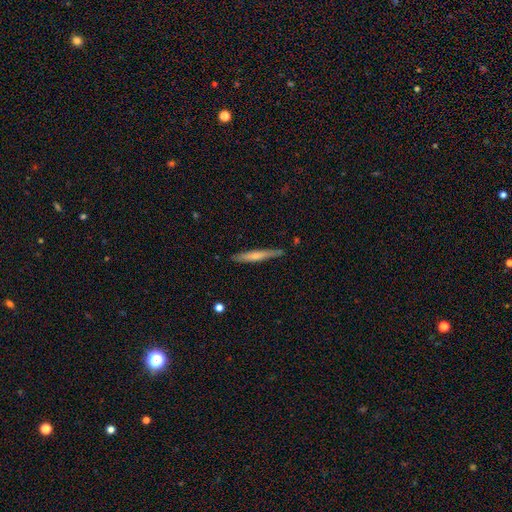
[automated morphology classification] A smooth galaxy with no disk features (54%) that is cigar-shaped (95%).

Vote fractions:
- Smooth or featured? smooth: 54% / featured or disk: 40% / star or artifact: 6%
- How rounded? cigar-shaped: 95% / in between: 4% / round: 1%
- Merging? none: 85% / minor disturbance: 12% / major disturbance: 2% / merger: 2%